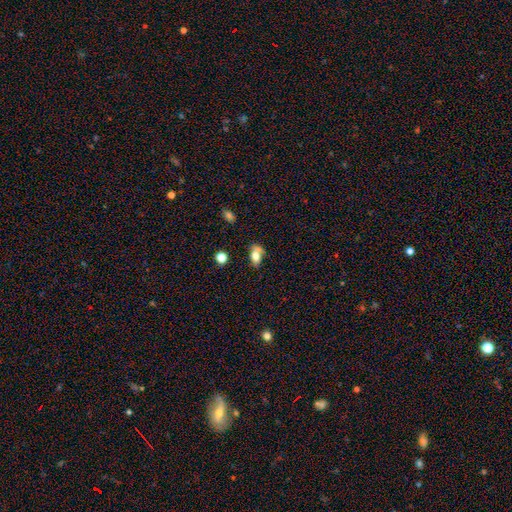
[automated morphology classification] Q: Smooth or featured?
A: smooth (72%); runner-up: featured or disk (17%)
Q: How rounded?
A: in between (85%); runner-up: round (11%)
Q: Merging?
A: none (47%); runner-up: minor disturbance (21%)